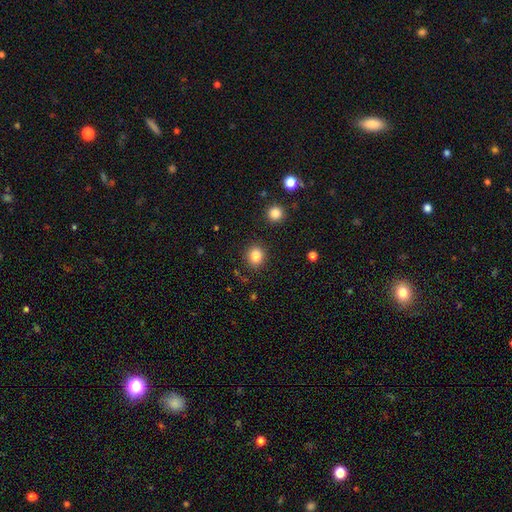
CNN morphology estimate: smooth-or-featured: smooth: 85% | star or artifact: 10% | featured or disk: 5%
  how-rounded: round: 79% | in between: 20% | cigar-shaped: 1%
  merging: none: 87% | minor disturbance: 8% | major disturbance: 3% | merger: 2%